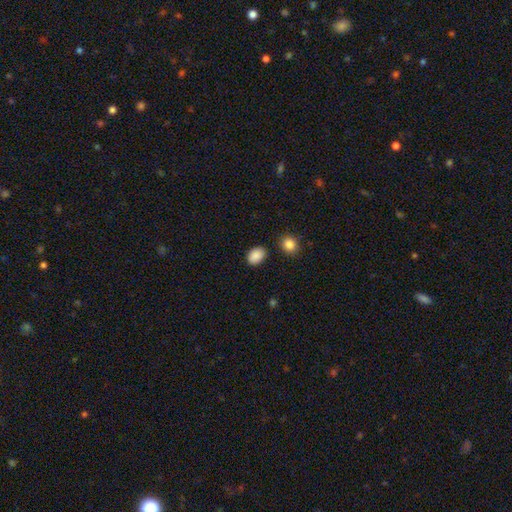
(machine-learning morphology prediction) This appears to be a smooth galaxy with no disk features (89%) that is in between round and cigar-shaped (71%). Merging: none (84%).